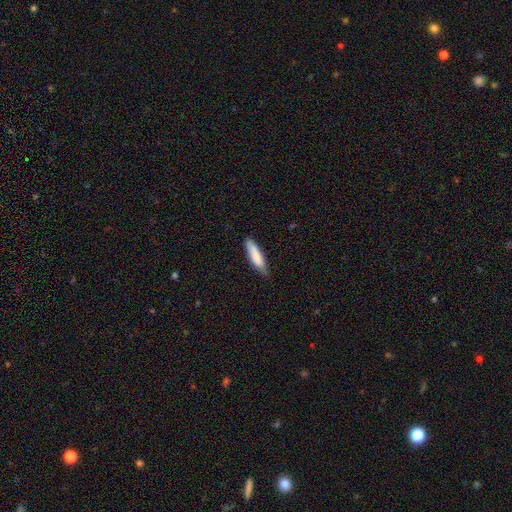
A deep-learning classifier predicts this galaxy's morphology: This appears to be a smooth galaxy with no disk features (80%) that is cigar-shaped (70%). Merging: none (73%).